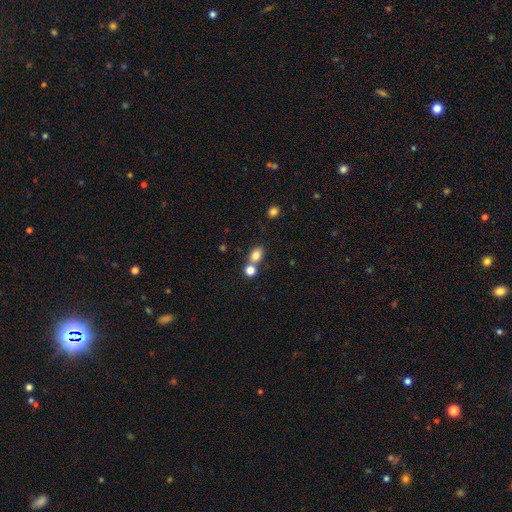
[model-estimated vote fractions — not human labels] A smooth galaxy with no disk features (81%) that is in between round and cigar-shaped (67%). Merging: none (53%).